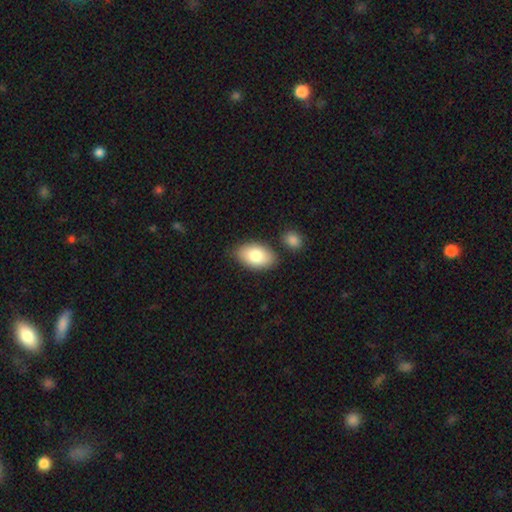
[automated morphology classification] A smooth galaxy with no disk features (82%) that is in between round and cigar-shaped (93%). Merging: none (78%).